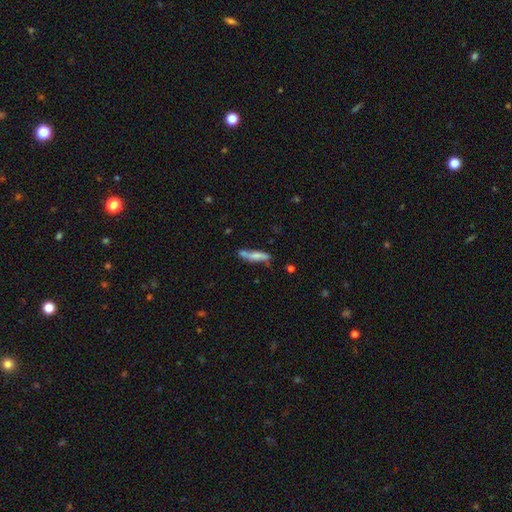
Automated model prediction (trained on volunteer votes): smooth_or_featured: smooth (p=0.66) [alt: featured or disk p=0.26]
how_rounded: cigar-shaped (p=0.80) [alt: in between p=0.18]
merging: none (p=0.51) [alt: minor disturbance p=0.22]